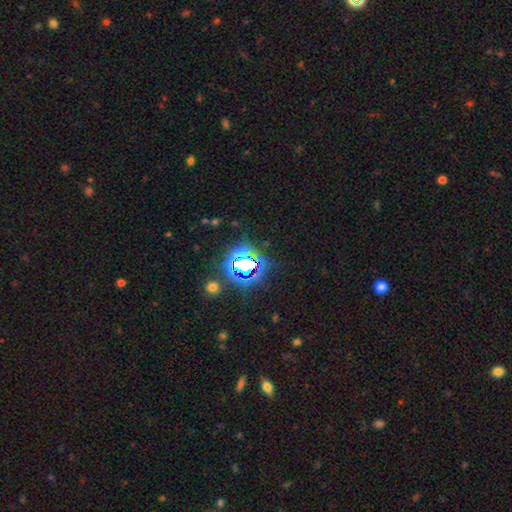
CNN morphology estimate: Smooth or featured? star or artifact (81%)